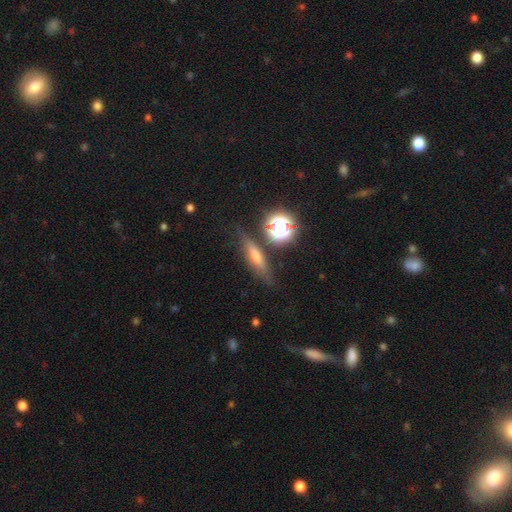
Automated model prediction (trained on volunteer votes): The model was most divided on "smooth or featured": smooth: 47%, featured or disk: 34%, star or artifact: 19%. More confident: merging — none (75%).